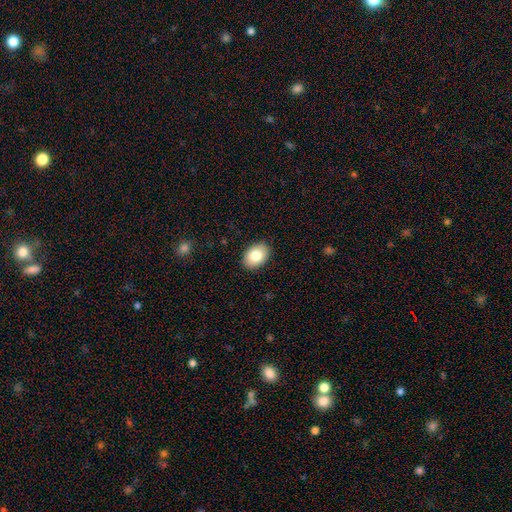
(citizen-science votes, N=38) Morphology: type=smooth (76%); roundness=in between (83%); merging=none (86%).